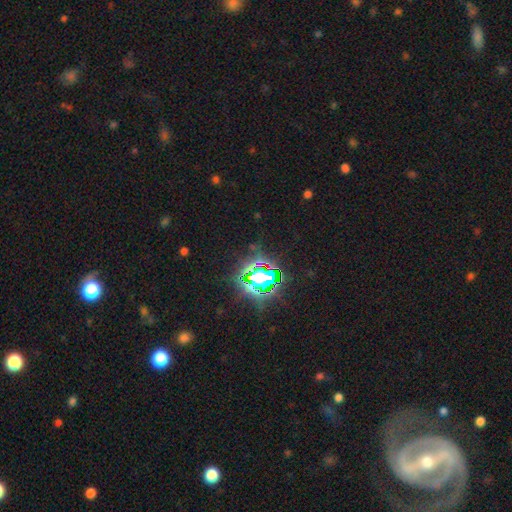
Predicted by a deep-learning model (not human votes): smooth-or-featured: star or artifact: 81% | smooth: 12% | featured or disk: 7%